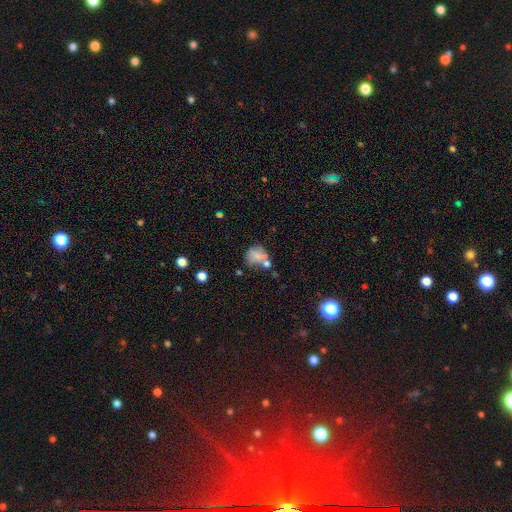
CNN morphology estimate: The model was most divided on "merging": none: 37%, merger: 28%, minor disturbance: 21%, major disturbance: 14%. More confident: smooth or featured — smooth (67%); how rounded — round (66%).